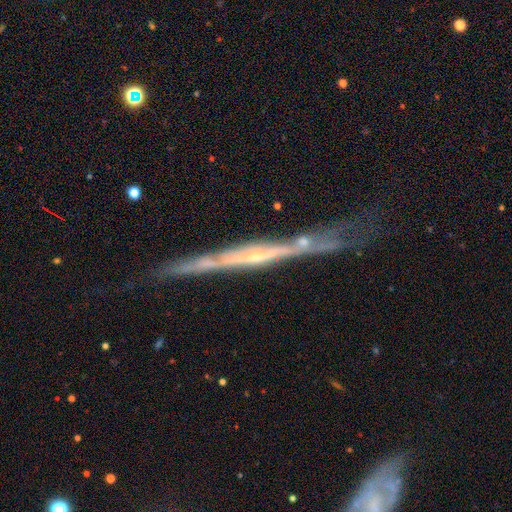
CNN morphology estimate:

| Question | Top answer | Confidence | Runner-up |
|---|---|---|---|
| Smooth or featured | featured or disk | 79% | smooth (13%) |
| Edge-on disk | yes | 94% | no (6%) |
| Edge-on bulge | none | 58% | rounded (33%) |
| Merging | none | 73% | minor disturbance (19%) |